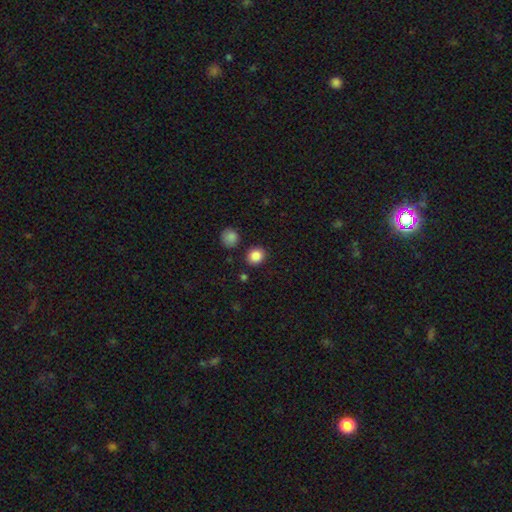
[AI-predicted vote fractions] smooth_or_featured: smooth (p=0.86) [alt: star or artifact p=0.10]
how_rounded: round (p=0.75) [alt: in between p=0.24]
merging: none (p=0.86) [alt: minor disturbance p=0.08]